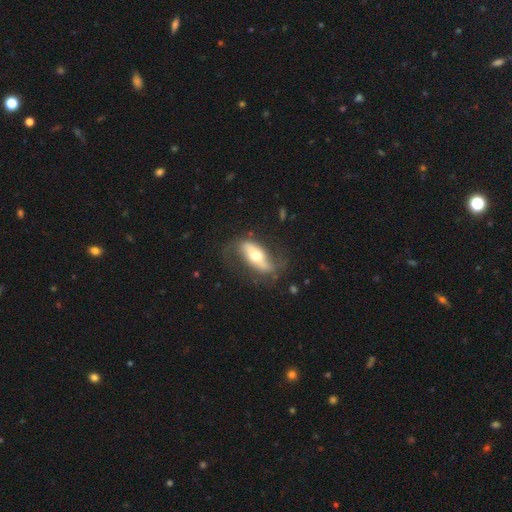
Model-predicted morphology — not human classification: Smooth or featured: featured or disk — 61% (smooth — 33%)
Edge-on disk: no — 80% (yes — 20%)
Merging: none — 66% (minor disturbance — 20%)